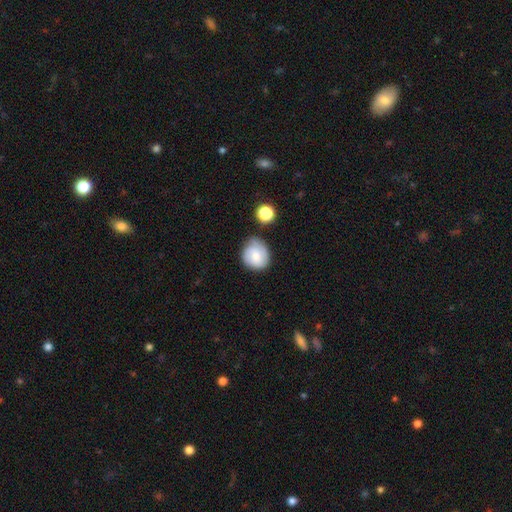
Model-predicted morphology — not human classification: Smooth or featured?
  - smooth: 65% *
  - featured or disk: 26%
  - star or artifact: 9%
How rounded?
  - round: 78% *
  - in between: 21%
  - cigar-shaped: 1%
Merging?
  - none: 56% *
  - minor disturbance: 29%
  - major disturbance: 8%
  - merger: 7%